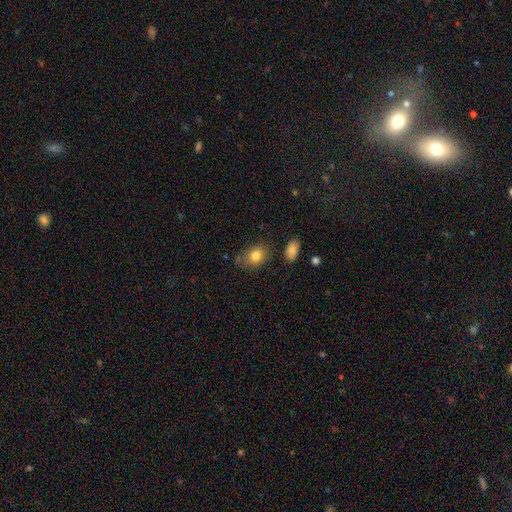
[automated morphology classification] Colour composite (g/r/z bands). It shows a smooth galaxy with no disk features (81%) that is in between round and cigar-shaped (63%). Merging: none (67%).